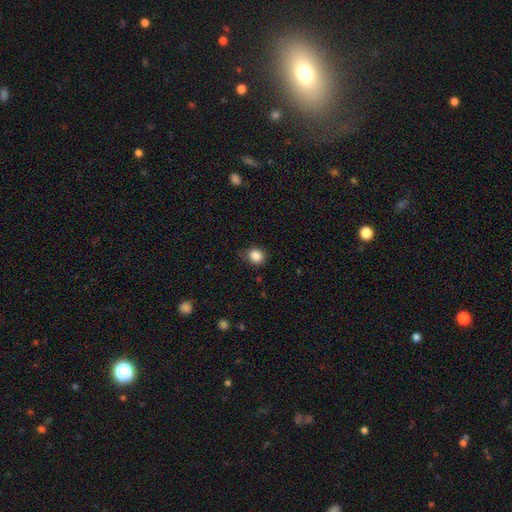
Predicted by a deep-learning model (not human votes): Overall: smooth (85%). How rounded: round (72%). Merging: none (76%).